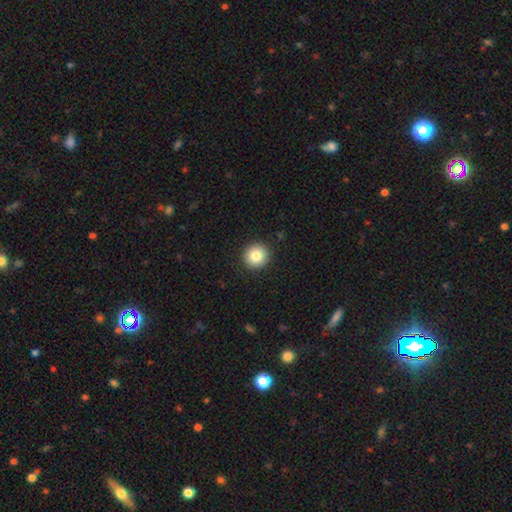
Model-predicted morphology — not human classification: Overall: smooth (84%). How rounded: round (94%). Merging: none (92%).